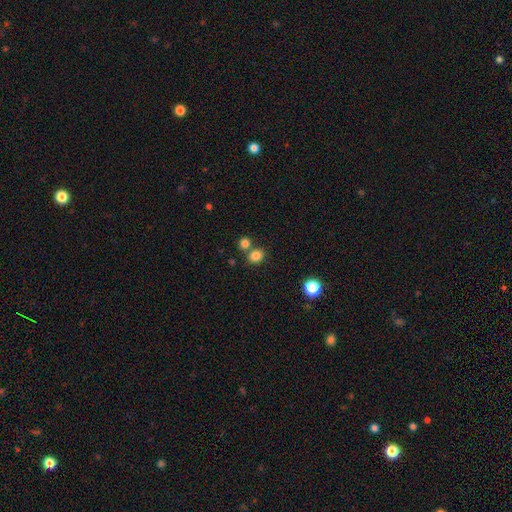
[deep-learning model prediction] A smooth galaxy with no disk features (82%) that is round (71%).

Vote fractions:
- Smooth or featured? smooth: 82% / star or artifact: 13% / featured or disk: 5%
- How rounded? round: 71% / in between: 28% / cigar-shaped: 1%
- Merging? none: 66% / merger: 23% / minor disturbance: 8% / major disturbance: 3%